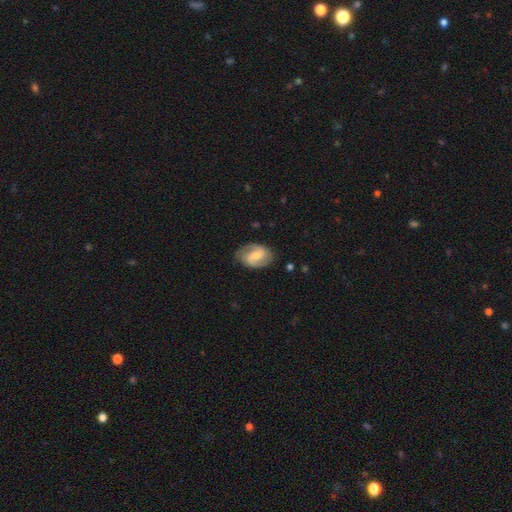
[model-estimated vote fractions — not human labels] smooth_or_featured: featured or disk (p=0.78) [alt: smooth p=0.16]
disk_edge_on: no (p=0.98) [alt: yes p=0.02]
bar: weak (p=0.50) [alt: no p=0.33]
has_spiral_arms: yes (p=0.95) [alt: no p=0.05]
spiral_winding: medium (p=0.50) [alt: tight p=0.29]
spiral_arm_count: 2 (p=0.89) [alt: can't tell p=0.05]
bulge_size: small (p=0.47) [alt: moderate p=0.36]
merging: none (p=0.77) [alt: minor disturbance p=0.16]